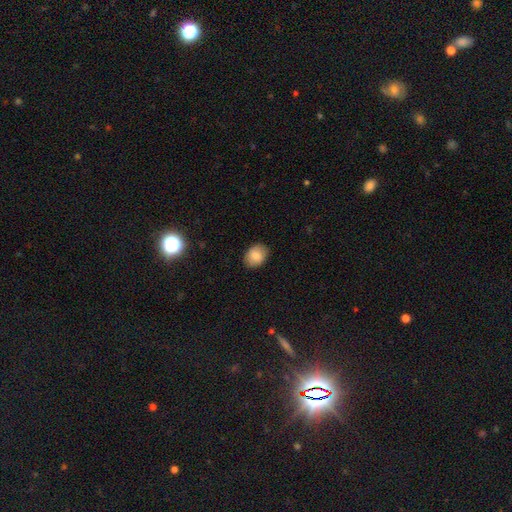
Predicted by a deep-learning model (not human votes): A smooth galaxy with no disk features (83%) that is in between round and cigar-shaped (63%).

Vote fractions:
- Smooth or featured? smooth: 83% / featured or disk: 9% / star or artifact: 8%
- How rounded? in between: 63% / round: 36% / cigar-shaped: 1%
- Merging? none: 87% / minor disturbance: 10% / major disturbance: 2% / merger: 1%